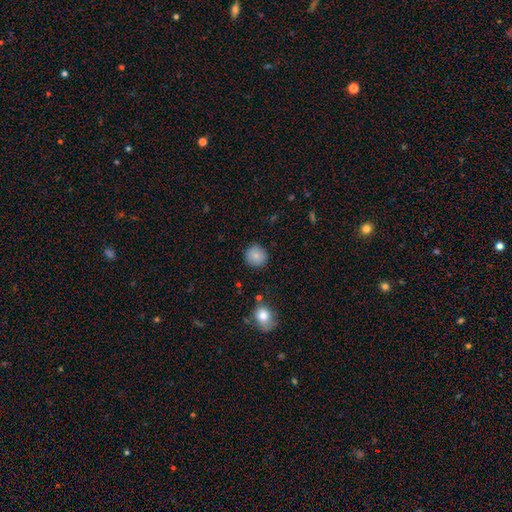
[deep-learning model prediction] smooth 84%, star or artifact 9%, featured or disk 7%. Down the decision tree: how rounded — round (92%); merging — none (88%).